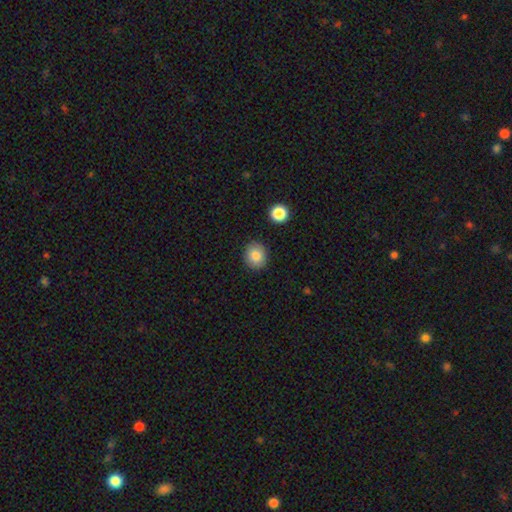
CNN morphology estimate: Smooth or featured: smooth — 84% (star or artifact — 9%)
How rounded: round — 80% (in between — 19%)
Merging: none — 88% (minor disturbance — 8%)